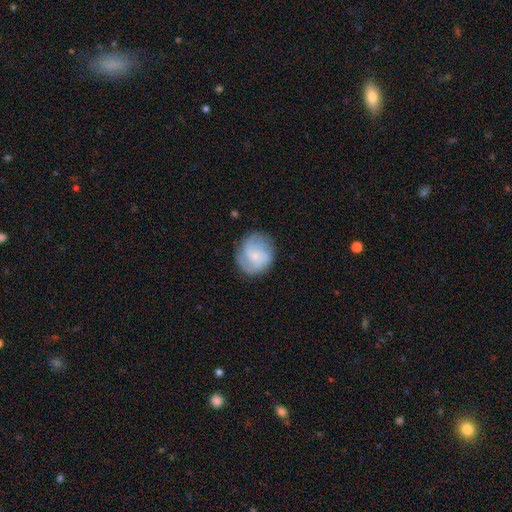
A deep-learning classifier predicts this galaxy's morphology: Q: Smooth or featured?
A: featured or disk (57%); runner-up: smooth (35%)
Q: Edge-on disk?
A: no (98%); runner-up: yes (2%)
Q: Bar?
A: no (61%); runner-up: weak (34%)
Q: Spiral arms?
A: yes (88%); runner-up: no (12%)
Q: Bulge size?
A: small (62%); runner-up: moderate (27%)
Q: Merging?
A: none (74%); runner-up: minor disturbance (18%)